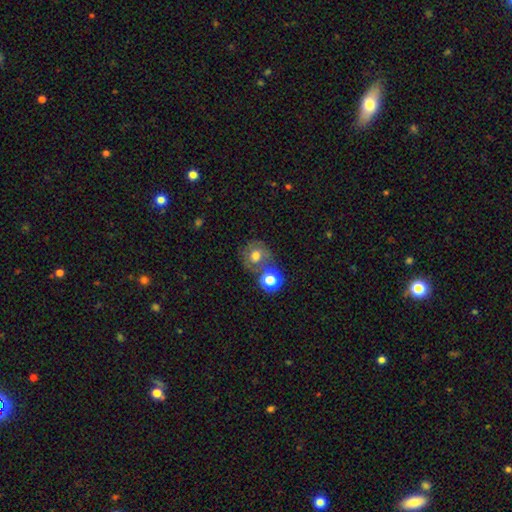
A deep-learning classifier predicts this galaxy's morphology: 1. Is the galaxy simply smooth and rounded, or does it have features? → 59% smooth, 28% featured or disk, 13% star or artifact.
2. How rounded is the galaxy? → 81% round, 18% in between, 1% cigar-shaped.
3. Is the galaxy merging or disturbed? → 52% none, 26% merger, 14% minor disturbance, 8% major disturbance.